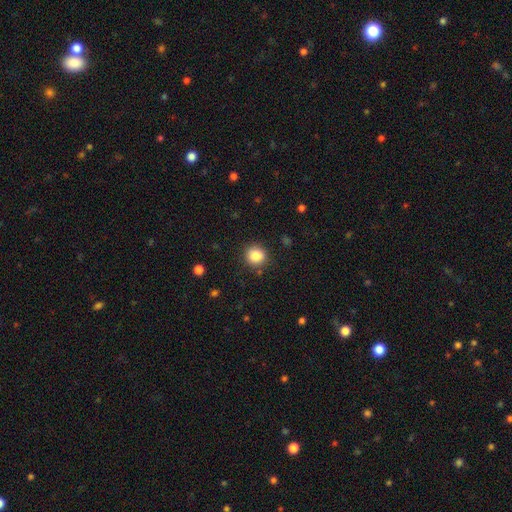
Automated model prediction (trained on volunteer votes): Smooth or featured? Predicted: smooth (p=0.85). How rounded? Predicted: round (p=0.89). Merging? Predicted: none (p=0.87).